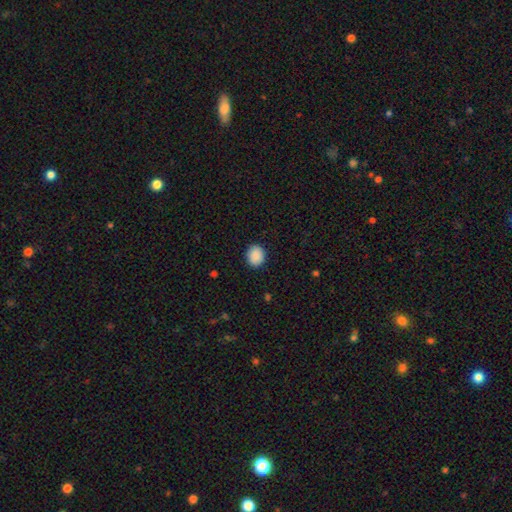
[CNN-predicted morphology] Overall: smooth (90%). How rounded: round (67%; in between 33%). Merging: none (89%).